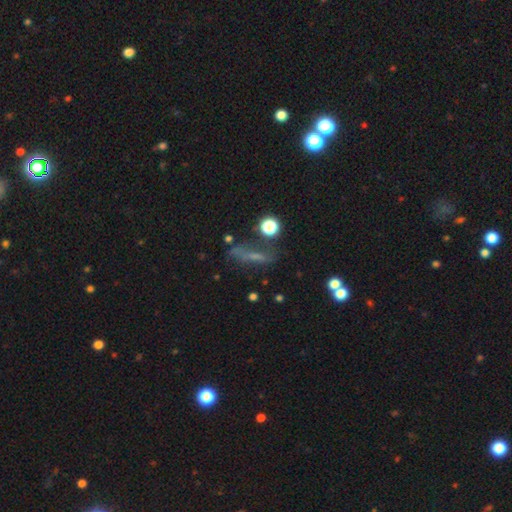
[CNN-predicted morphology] smooth_or_featured: smooth (p=0.47) [alt: featured or disk p=0.31]
merging: none (p=0.55) [alt: minor disturbance p=0.21]